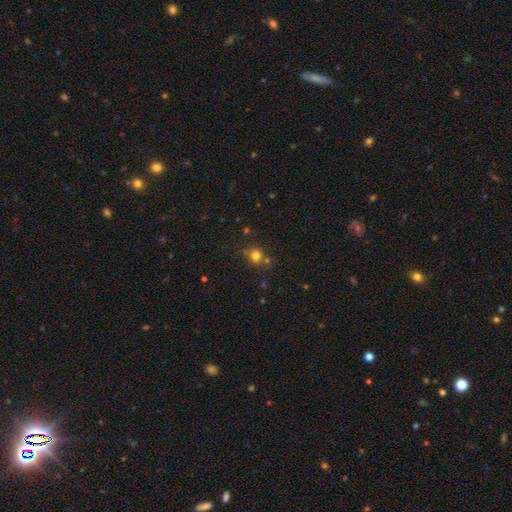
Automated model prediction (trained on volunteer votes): A smooth galaxy with no disk features (76%) that is round (85%).

Vote fractions:
- Smooth or featured? smooth: 76% / star or artifact: 17% / featured or disk: 7%
- How rounded? round: 85% / in between: 14% / cigar-shaped: 1%
- Merging? none: 72% / merger: 13% / minor disturbance: 11% / major disturbance: 4%